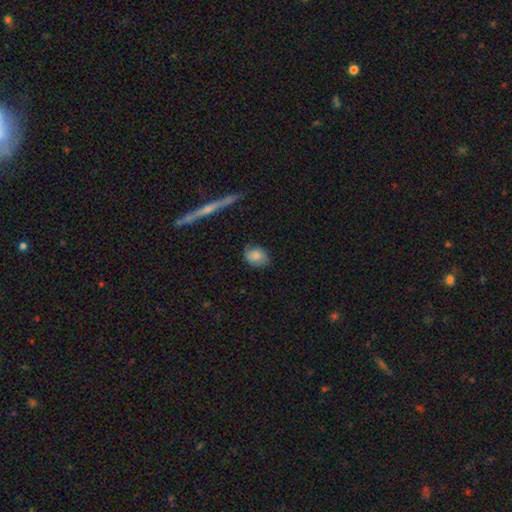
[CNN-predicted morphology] The model was most divided on "how rounded": in between: 67%, round: 31%, cigar-shaped: 2%. More confident: smooth or featured — smooth (78%); merging — none (76%).